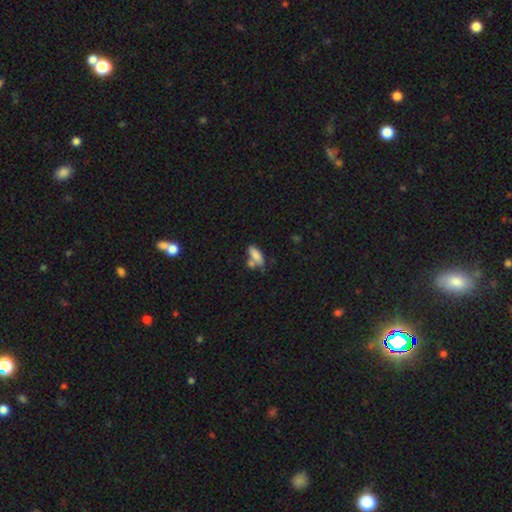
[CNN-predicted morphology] A smooth galaxy with no disk features (80%) that is in between round and cigar-shaped (71%). Merging: none (46%).